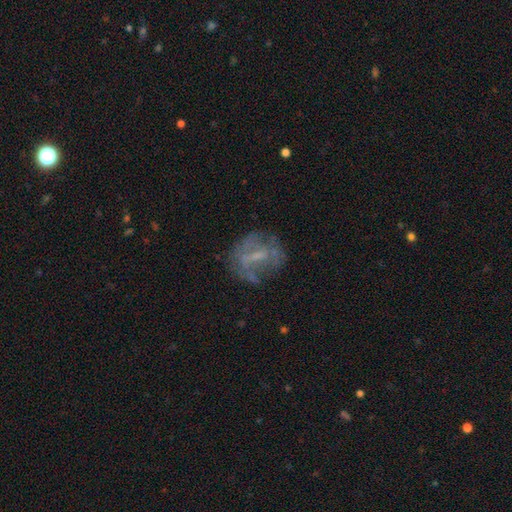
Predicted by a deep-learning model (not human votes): smooth-or-featured: featured or disk: 59% | smooth: 27% | star or artifact: 13%
  disk-edge-on: no: 95% | yes: 5%
    bar: weak: 43% | no: 38% | strong: 19%
    has-spiral-arms: no: 62% | yes: 38%
    bulge-size: small: 44% | none: 35% | moderate: 19% | large: 2% | dominant: 1%
  merging: none: 59% | minor disturbance: 19% | major disturbance: 18% | merger: 3%